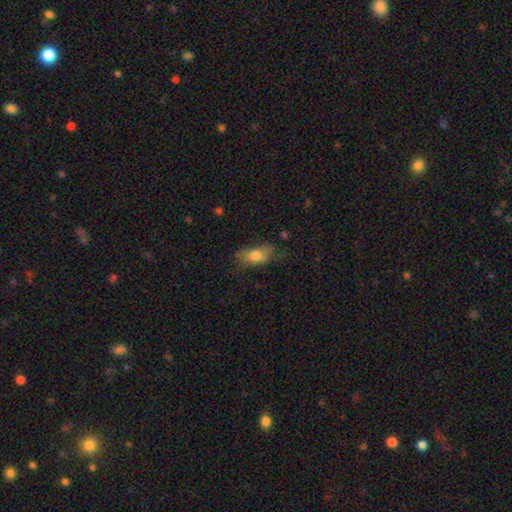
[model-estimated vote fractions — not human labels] Overall: smooth (73%). How rounded: in between (81%). Merging: none (54%; minor disturbance 28%).